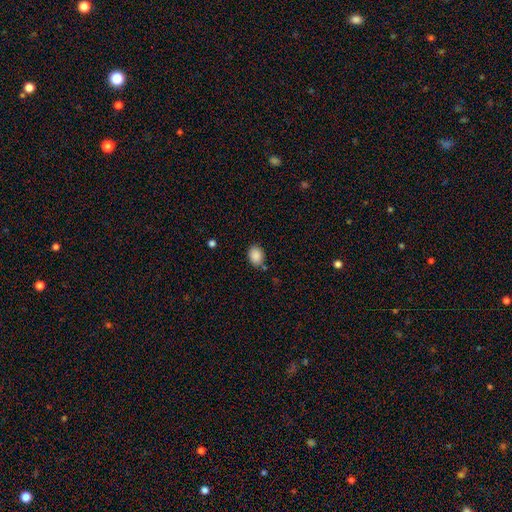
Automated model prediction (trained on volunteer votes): Morphology: type=smooth (88%); roundness=in between (61%); merging=none (78%).